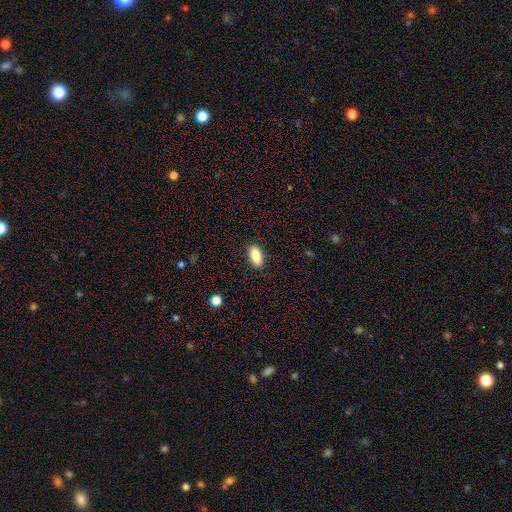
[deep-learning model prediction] Q: Smooth or featured?
A: smooth (84%); runner-up: featured or disk (9%)
Q: How rounded?
A: in between (88%); runner-up: cigar-shaped (9%)
Q: Merging?
A: none (88%); runner-up: minor disturbance (9%)